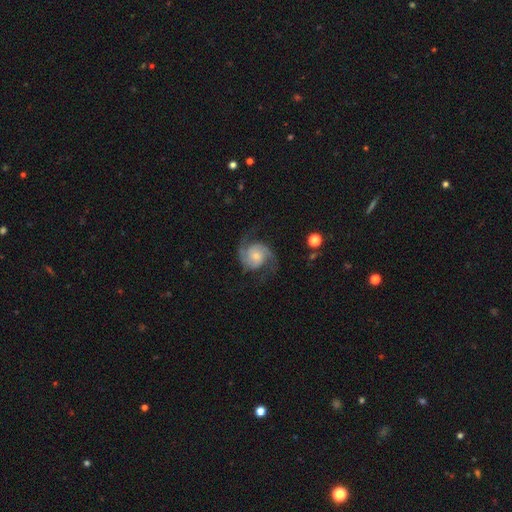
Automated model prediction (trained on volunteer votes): A featured or disk galaxy (89%) with no bar (71%), 2 (93%) medium (54%) spiral arms (98%) and a small central bulge (60%).

Vote fractions:
- Smooth or featured? featured or disk: 89% / smooth: 6% / star or artifact: 5%
- Edge-on disk? no: 98% / yes: 2%
- Bar? no: 71% / weak: 24% / strong: 5%
- Spiral arms? yes: 98% / no: 2%
- Spiral winding? medium: 54% / tight: 24% / loose: 22%
- Spiral arm count? 2: 93% / can't tell: 2% / 3: 2% / 1: 1% / 4: 1% / more than 4: 1%
- Bulge size? small: 60% / moderate: 30% / none: 5% / large: 4% / dominant: 1%
- Merging? none: 77% / minor disturbance: 14% / major disturbance: 8% / merger: 1%